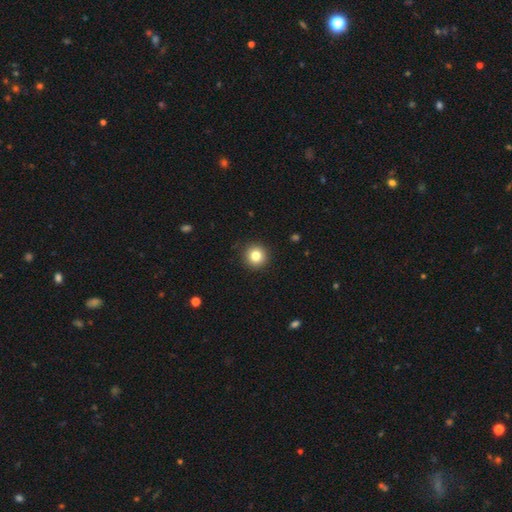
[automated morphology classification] smooth 82%, star or artifact 11%, featured or disk 7%. Down the decision tree: how rounded — round (95%); merging — none (92%).